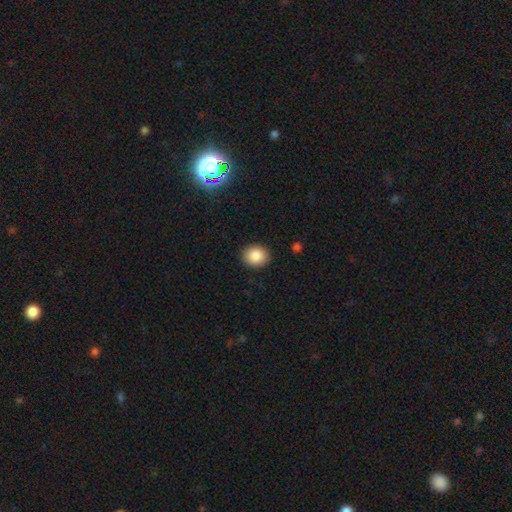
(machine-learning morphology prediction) Q: Smooth or featured?
A: smooth (86%); runner-up: star or artifact (8%)
Q: How rounded?
A: round (68%); runner-up: in between (31%)
Q: Merging?
A: none (91%); runner-up: minor disturbance (6%)